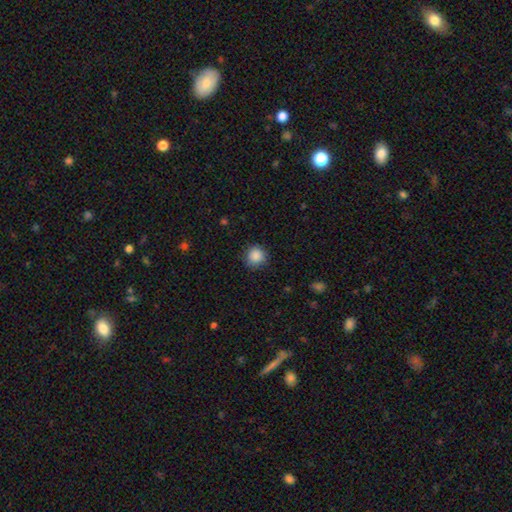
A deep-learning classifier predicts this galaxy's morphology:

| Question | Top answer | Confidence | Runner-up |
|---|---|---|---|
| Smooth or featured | smooth | 87% | star or artifact (10%) |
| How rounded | round | 93% | in between (6%) |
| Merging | none | 85% | minor disturbance (12%) |